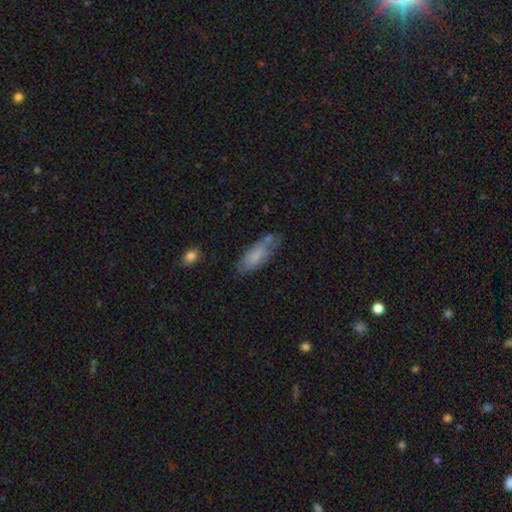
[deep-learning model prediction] smooth 71%, featured or disk 22%, star or artifact 7%. Down the decision tree: how rounded — in between (75%); merging — none (52%).